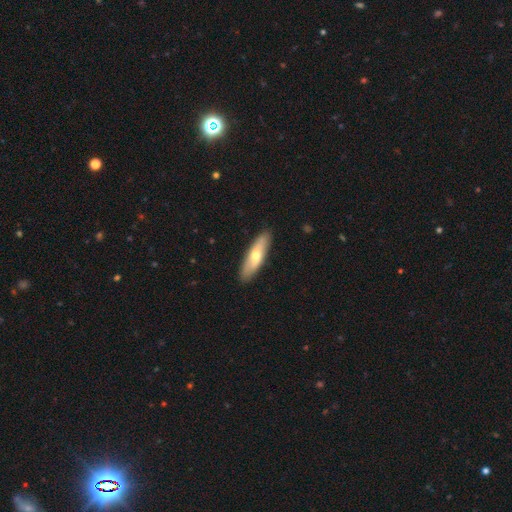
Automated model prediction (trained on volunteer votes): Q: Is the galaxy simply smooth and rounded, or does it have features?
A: smooth — 58%.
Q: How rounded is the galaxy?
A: cigar-shaped — 60%.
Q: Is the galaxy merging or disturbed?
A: none — 88%.